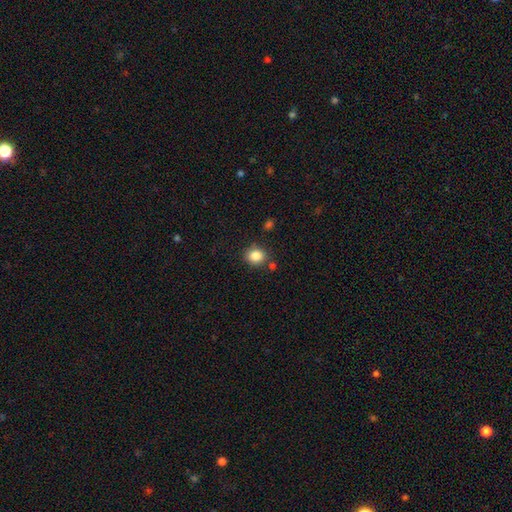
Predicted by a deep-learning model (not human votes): Smooth or featured: smooth — 84% (star or artifact — 10%)
How rounded: round — 77% (in between — 22%)
Merging: none — 80% (minor disturbance — 11%)